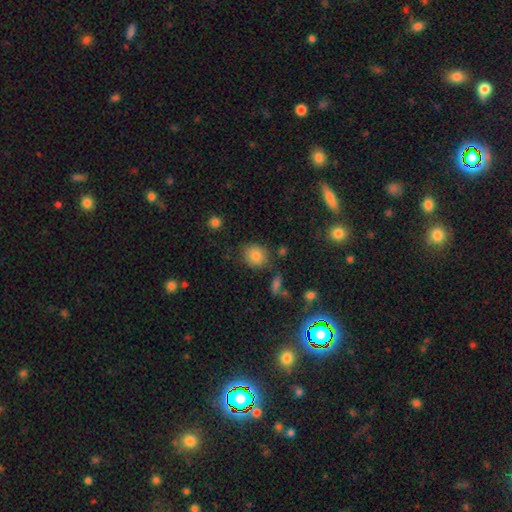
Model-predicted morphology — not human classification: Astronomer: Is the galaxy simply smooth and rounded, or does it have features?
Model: smooth — 81%.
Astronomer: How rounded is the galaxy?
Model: round — 77%.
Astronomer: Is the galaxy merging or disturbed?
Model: none — 80%.